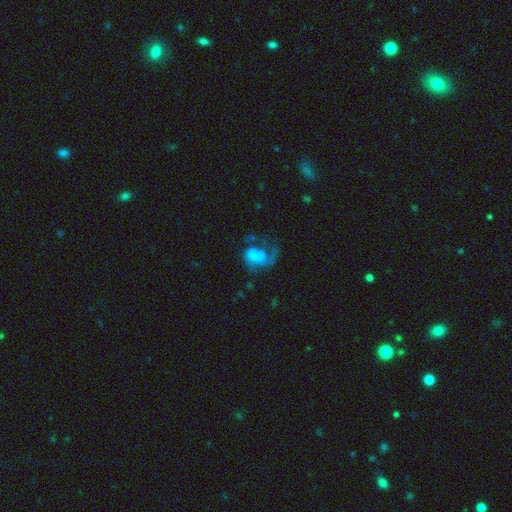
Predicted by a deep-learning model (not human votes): This appears to be a featured or disk galaxy (57%) with no bar (75%), spiral arms (70%) and no central bulge (55%). Merging: major disturbance (52%).